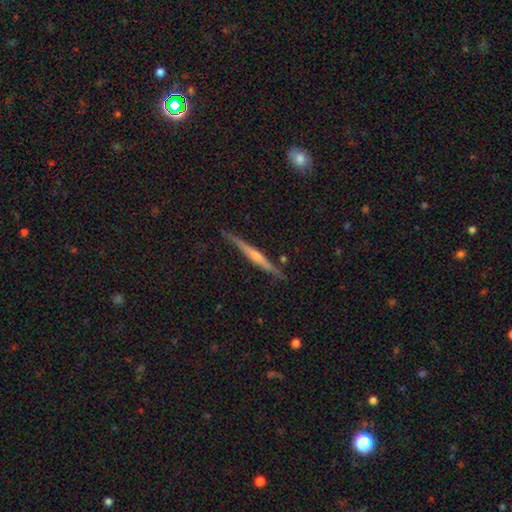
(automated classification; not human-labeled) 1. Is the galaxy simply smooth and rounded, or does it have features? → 68% featured or disk, 26% smooth, 6% star or artifact.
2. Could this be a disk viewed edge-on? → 98% yes, 2% no.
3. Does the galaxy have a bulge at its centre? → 54% rounded, 34% none, 11% boxy.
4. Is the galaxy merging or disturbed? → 86% none, 11% minor disturbance, 2% major disturbance, 2% merger.